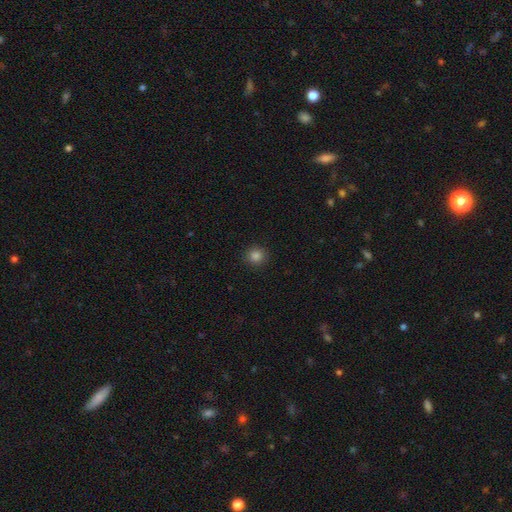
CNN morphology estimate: A smooth galaxy with no disk features (84%) that is round (90%). Merging: none (91%).